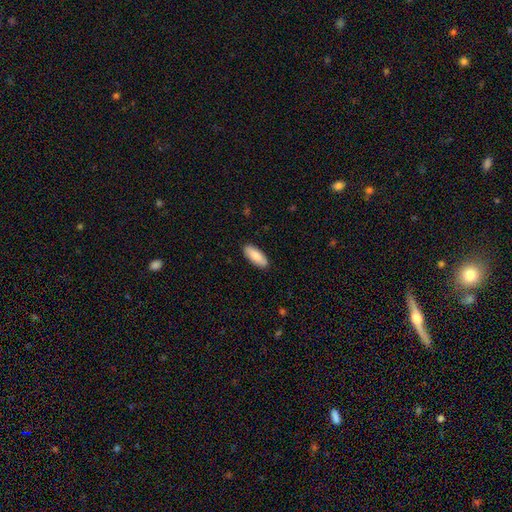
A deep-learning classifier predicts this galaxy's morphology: This appears to be a smooth galaxy with no disk features (87%) that is in between round and cigar-shaped (77%). Merging: none (89%).